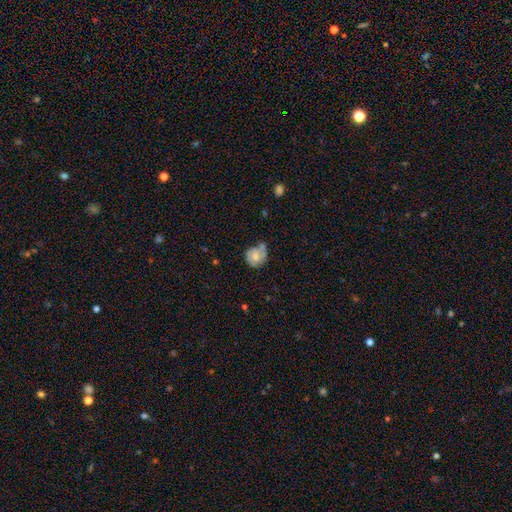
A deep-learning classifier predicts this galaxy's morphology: The model was most divided on "merging": none: 41%, minor disturbance: 31%, major disturbance: 15%, merger: 14%. More confident: how rounded — round (71%); smooth or featured — smooth (52%).